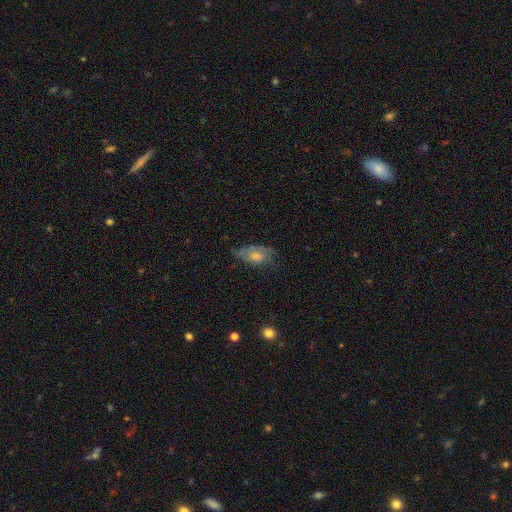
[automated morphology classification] type=featured or disk (46%); merging=none (58%).